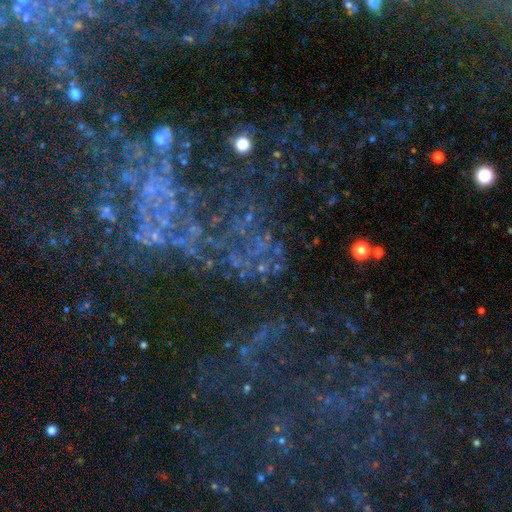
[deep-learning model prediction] The model was most divided on "smooth or featured": star or artifact: 51%, featured or disk: 37%, smooth: 13%.